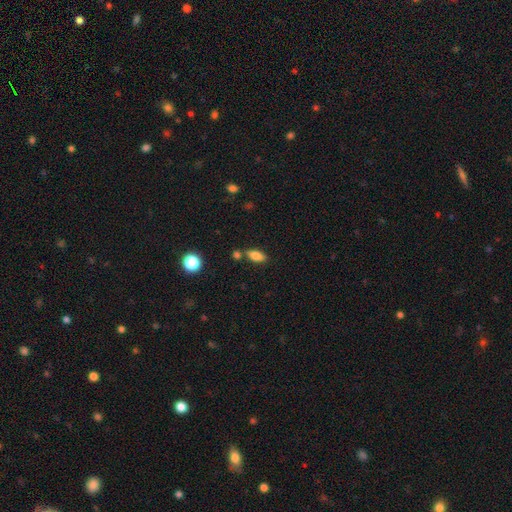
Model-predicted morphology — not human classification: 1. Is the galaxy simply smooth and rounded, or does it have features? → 82% smooth, 9% featured or disk, 9% star or artifact.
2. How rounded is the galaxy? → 84% in between, 12% cigar-shaped, 4% round.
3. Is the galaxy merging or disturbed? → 71% none, 13% merger, 12% minor disturbance, 3% major disturbance.